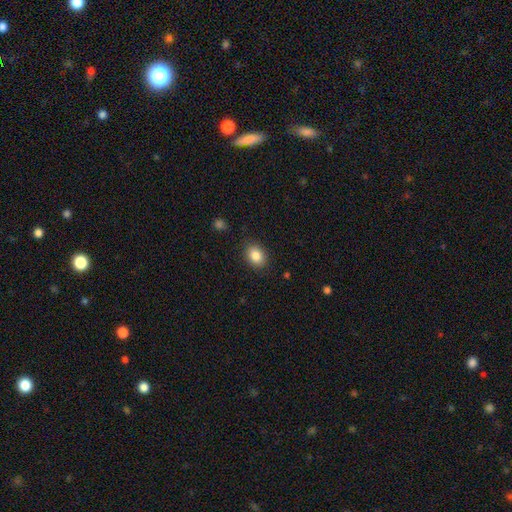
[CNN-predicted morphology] Q: Smooth or featured?
A: smooth (85%); runner-up: star or artifact (9%)
Q: How rounded?
A: in between (59%); runner-up: round (40%)
Q: Merging?
A: none (85%); runner-up: minor disturbance (11%)